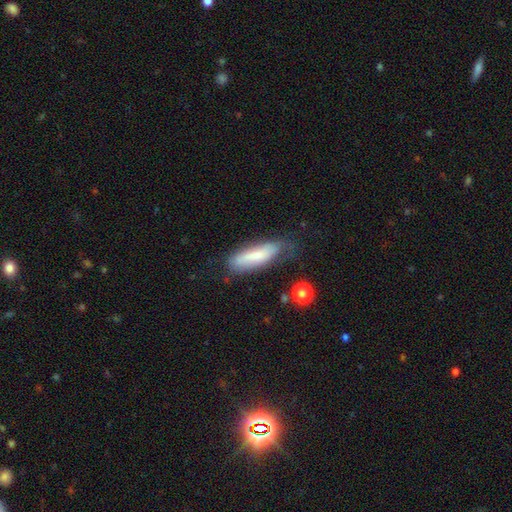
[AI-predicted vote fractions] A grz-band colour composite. It shows a smooth galaxy with no disk features (65%) that is cigar-shaped (54%). Merging: none (54%).